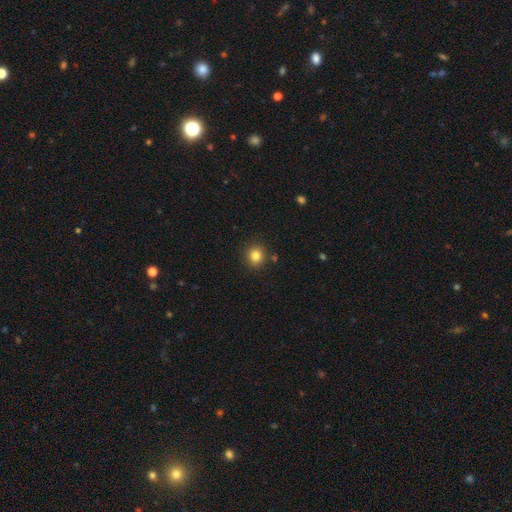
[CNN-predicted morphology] Q: Smooth or featured?
A: smooth (83%); runner-up: star or artifact (12%)
Q: How rounded?
A: round (84%); runner-up: in between (15%)
Q: Merging?
A: none (87%); runner-up: minor disturbance (7%)